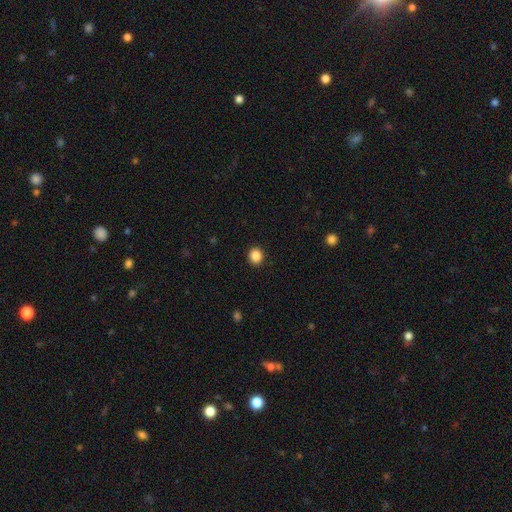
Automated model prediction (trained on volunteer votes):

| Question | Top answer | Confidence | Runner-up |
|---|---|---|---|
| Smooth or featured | smooth | 87% | star or artifact (10%) |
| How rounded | round | 81% | in between (18%) |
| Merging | none | 92% | minor disturbance (5%) |